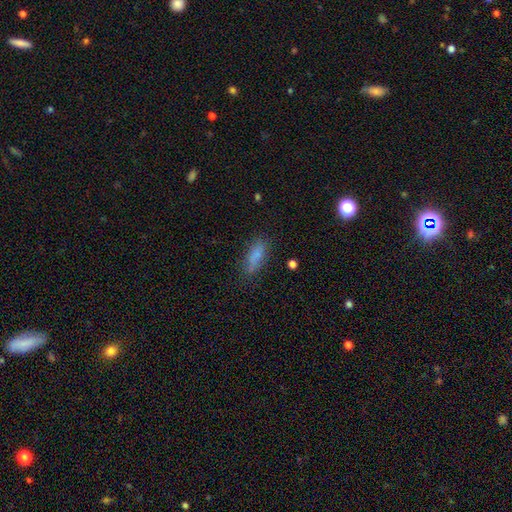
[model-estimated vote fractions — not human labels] This appears to be a smooth galaxy with no disk features (78%) that is in between round and cigar-shaped (63%). Merging: none (73%).